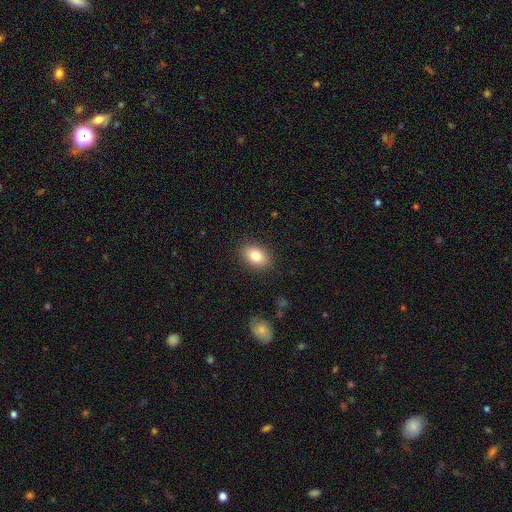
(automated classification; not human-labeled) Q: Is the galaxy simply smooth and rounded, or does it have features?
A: smooth — 82%.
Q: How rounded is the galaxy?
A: in between — 81%.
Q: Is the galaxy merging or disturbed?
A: none — 88%.